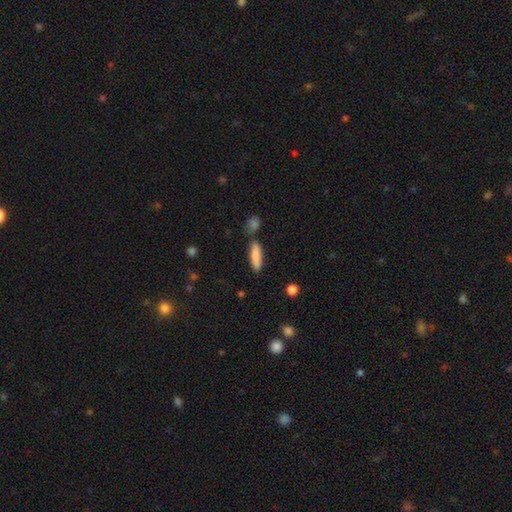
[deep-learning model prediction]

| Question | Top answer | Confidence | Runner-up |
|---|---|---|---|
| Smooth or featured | smooth | 84% | featured or disk (9%) |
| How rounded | cigar-shaped | 62% | in between (36%) |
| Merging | none | 72% | minor disturbance (13%) |